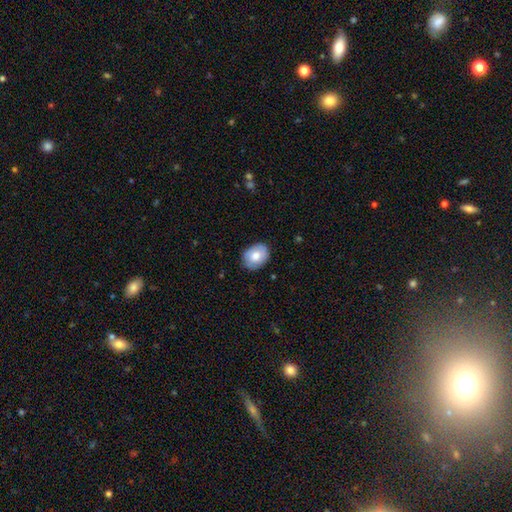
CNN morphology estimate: Smooth or featured? smooth (72%)
How rounded? in between (67%)
Merging? none (81%)